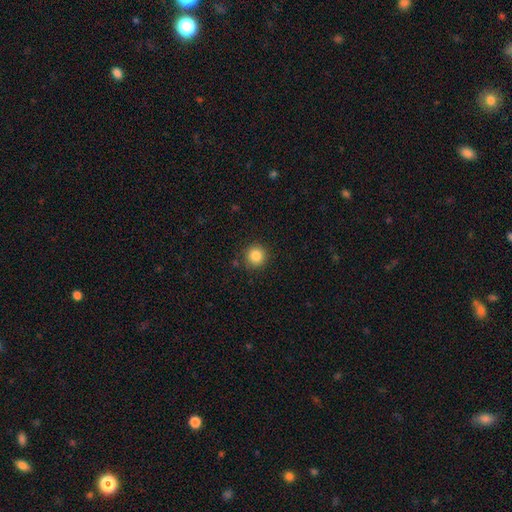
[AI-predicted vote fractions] smooth_or_featured: smooth (p=0.86) [alt: star or artifact p=0.10]
how_rounded: round (p=0.94) [alt: in between p=0.05]
merging: none (p=0.88) [alt: minor disturbance p=0.08]